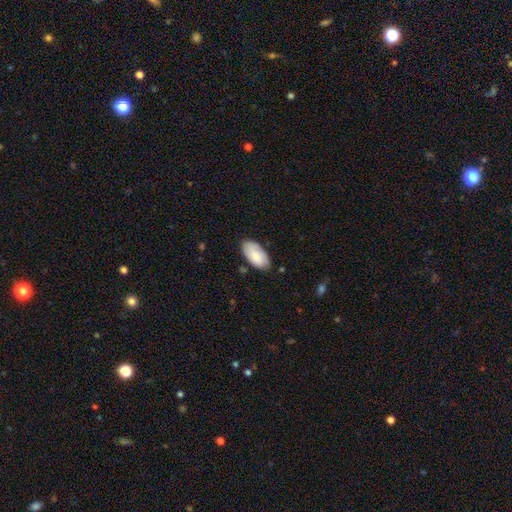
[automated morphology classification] smooth_or_featured: smooth (p=0.78) [alt: featured or disk p=0.16]
how_rounded: in between (p=0.95) [alt: cigar-shaped p=0.03]
merging: none (p=0.76) [alt: minor disturbance p=0.19]